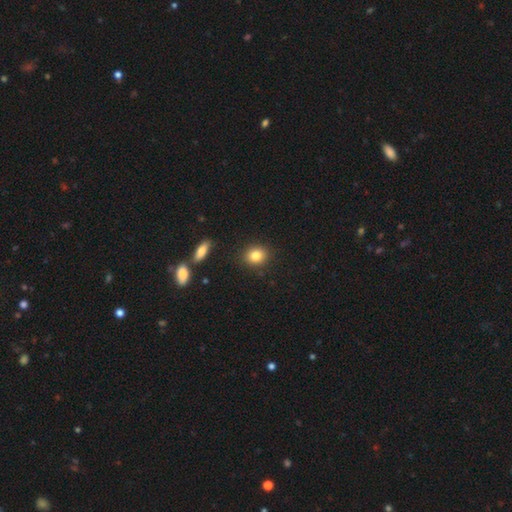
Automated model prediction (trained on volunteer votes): Smooth or featured: smooth — 84% (star or artifact — 10%)
How rounded: round — 70% (in between — 28%)
Merging: none — 88% (minor disturbance — 7%)